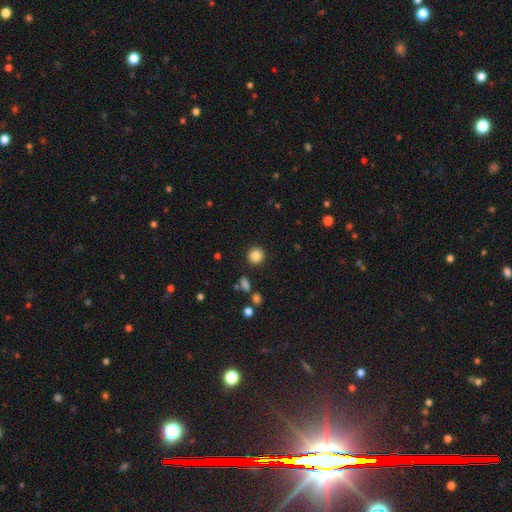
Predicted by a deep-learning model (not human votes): Smooth or featured? smooth (85%)
How rounded? round (93%)
Merging? none (90%)